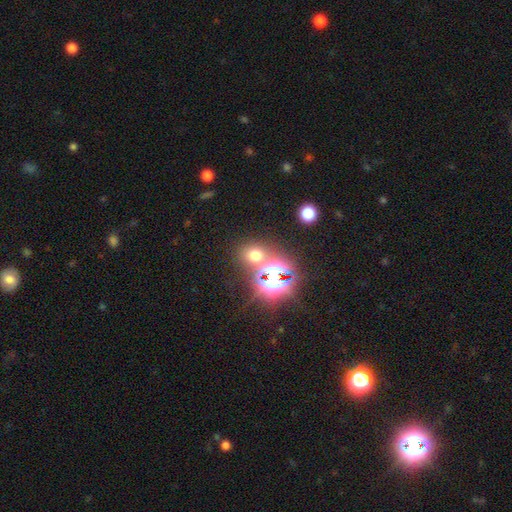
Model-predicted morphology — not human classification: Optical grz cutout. It shows a smooth galaxy with no disk features (51%) that is round (68%). Merging: none (68%).